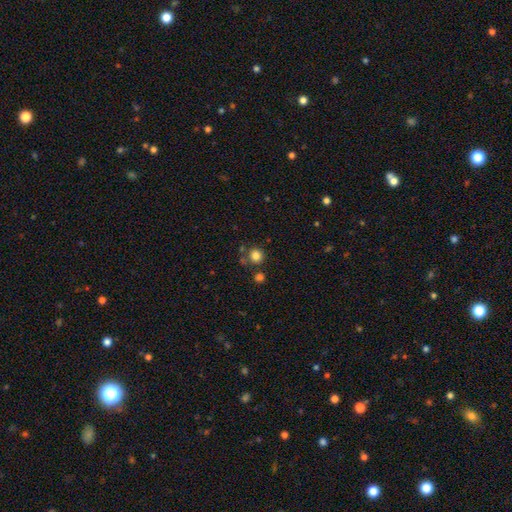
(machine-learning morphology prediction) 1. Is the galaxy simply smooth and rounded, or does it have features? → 82% smooth, 13% star or artifact, 5% featured or disk.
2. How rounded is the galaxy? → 92% round, 7% in between, 1% cigar-shaped.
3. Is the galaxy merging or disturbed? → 77% none, 11% merger, 9% minor disturbance, 4% major disturbance.